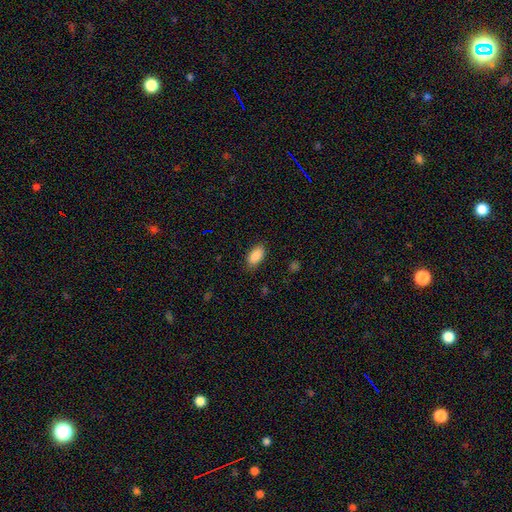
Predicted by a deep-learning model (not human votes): Q: Smooth or featured?
A: smooth (89%); runner-up: star or artifact (7%)
Q: How rounded?
A: in between (93%); runner-up: cigar-shaped (4%)
Q: Merging?
A: none (84%); runner-up: minor disturbance (12%)